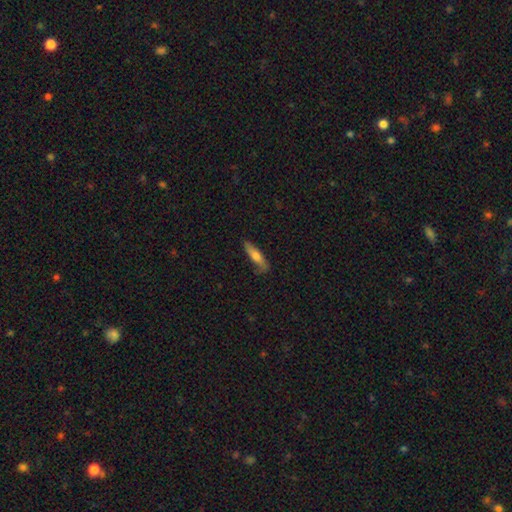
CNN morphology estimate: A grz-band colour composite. It shows a smooth galaxy with no disk features (65%) that is cigar-shaped (74%). Merging: none (72%).